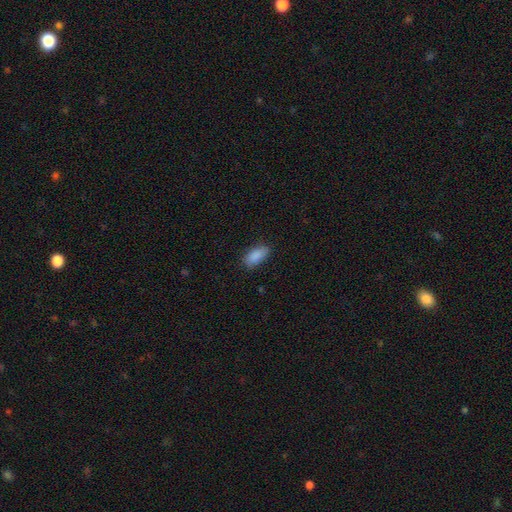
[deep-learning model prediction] Smooth or featured?
  - smooth: 89% *
  - star or artifact: 7%
  - featured or disk: 4%
How rounded?
  - in between: 89% *
  - cigar-shaped: 8%
  - round: 3%
Merging?
  - none: 80% *
  - minor disturbance: 16%
  - major disturbance: 3%
  - merger: 1%